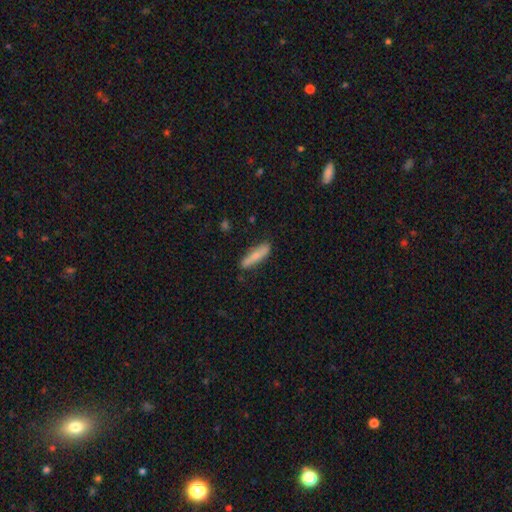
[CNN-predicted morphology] smooth_or_featured: smooth (p=0.64) [alt: featured or disk p=0.30]
how_rounded: cigar-shaped (p=0.74) [alt: in between p=0.24]
merging: none (p=0.83) [alt: minor disturbance p=0.13]